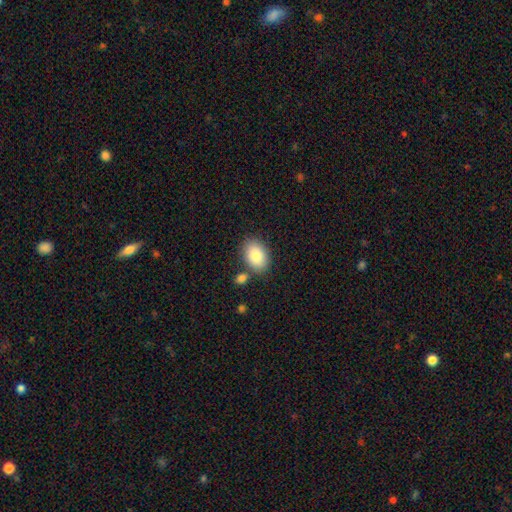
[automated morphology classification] smooth 85%, featured or disk 8%, star or artifact 7%. Down the decision tree: how rounded — in between (83%); merging — none (74%).